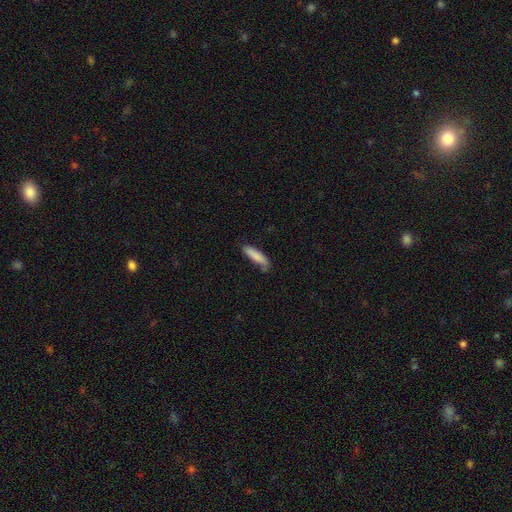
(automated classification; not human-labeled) A smooth galaxy with no disk features (85%) that is cigar-shaped (72%). Merging: none (71%).